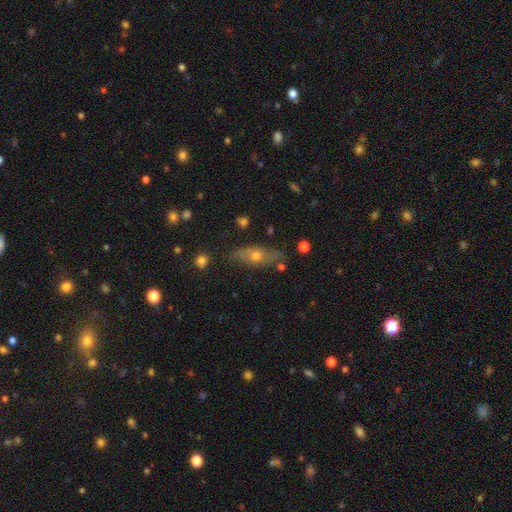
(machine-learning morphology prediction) type=featured or disk (46%); merging=none (77%).